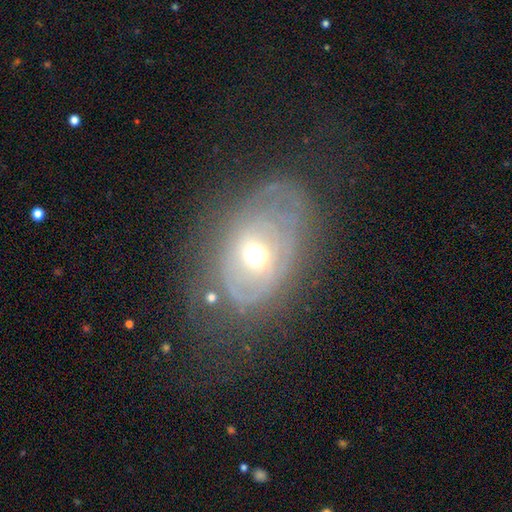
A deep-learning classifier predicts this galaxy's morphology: smooth_or_featured: featured or disk (p=0.65) [alt: smooth p=0.26]
disk_edge_on: no (p=0.93) [alt: yes p=0.07]
bar: no (p=0.76) [alt: weak p=0.18]
has_spiral_arms: yes (p=0.52) [alt: no p=0.48]
bulge_size: moderate (p=0.68) [alt: small p=0.22]
merging: none (p=0.47) [alt: major disturbance p=0.26]